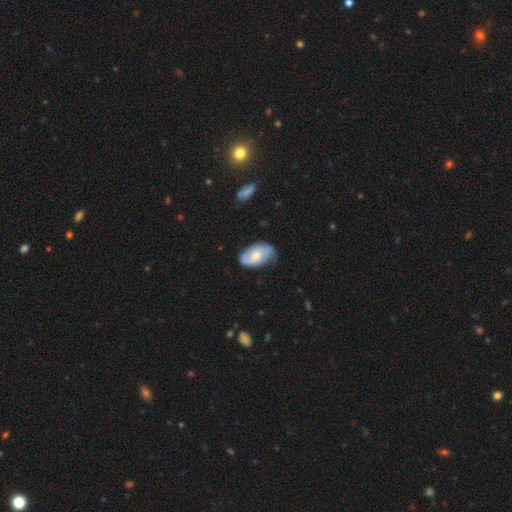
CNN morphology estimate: Smooth or featured?
  - smooth: 50% *
  - featured or disk: 44%
  - star or artifact: 6%
Merging?
  - none: 53% *
  - minor disturbance: 35%
  - major disturbance: 10%
  - merger: 2%